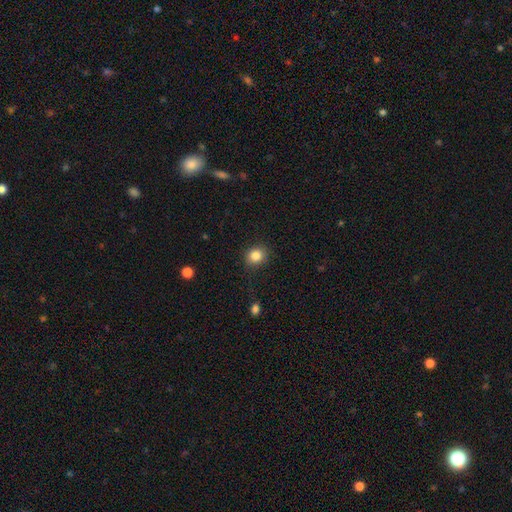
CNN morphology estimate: A smooth galaxy with no disk features (85%) that is round (74%).

Vote fractions:
- Smooth or featured? smooth: 85% / star or artifact: 10% / featured or disk: 5%
- How rounded? round: 74% / in between: 25% / cigar-shaped: 1%
- Merging? none: 85% / minor disturbance: 11% / major disturbance: 3% / merger: 1%